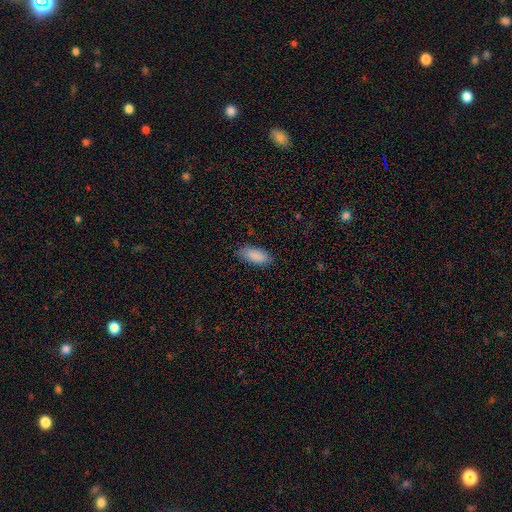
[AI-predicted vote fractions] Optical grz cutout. It shows a smooth galaxy with no disk features (89%) that is in between round and cigar-shaped (86%). Merging: none (82%).